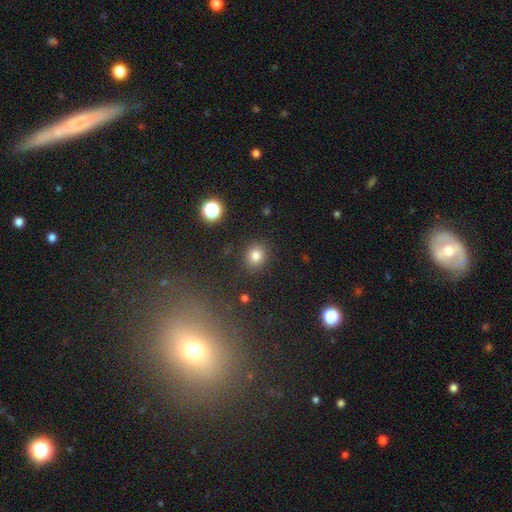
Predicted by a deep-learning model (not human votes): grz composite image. It shows a smooth galaxy with no disk features (80%) that is round (80%). Merging: none (87%).